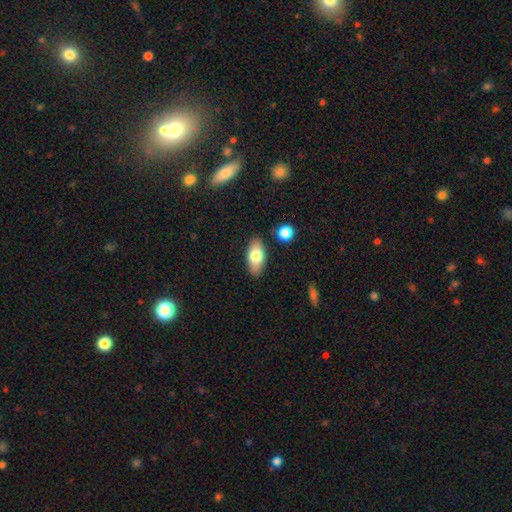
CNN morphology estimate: A smooth galaxy with no disk features (75%) that is in between round and cigar-shaped (90%). Merging: none (85%).